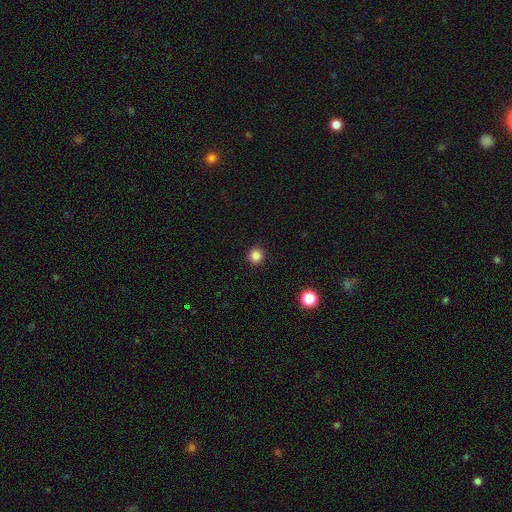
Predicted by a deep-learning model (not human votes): A smooth galaxy with no disk features (85%) that is round (94%).

Vote fractions:
- Smooth or featured? smooth: 85% / star or artifact: 12% / featured or disk: 3%
- How rounded? round: 94% / in between: 5% / cigar-shaped: 1%
- Merging? none: 93% / minor disturbance: 4% / major disturbance: 2% / merger: 1%